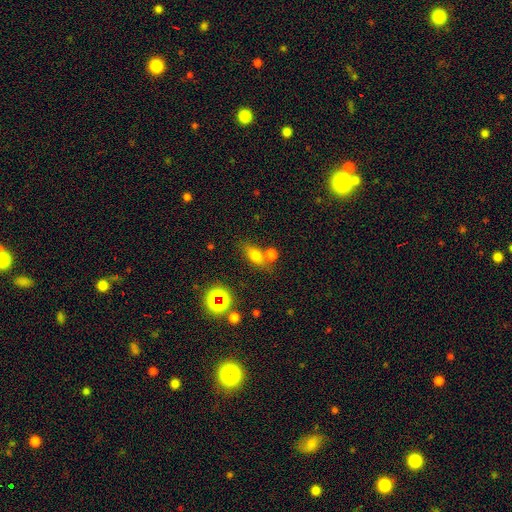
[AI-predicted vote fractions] This appears to be a smooth galaxy with no disk features (70%) that is in between round and cigar-shaped (67%). Merging: none (55%).